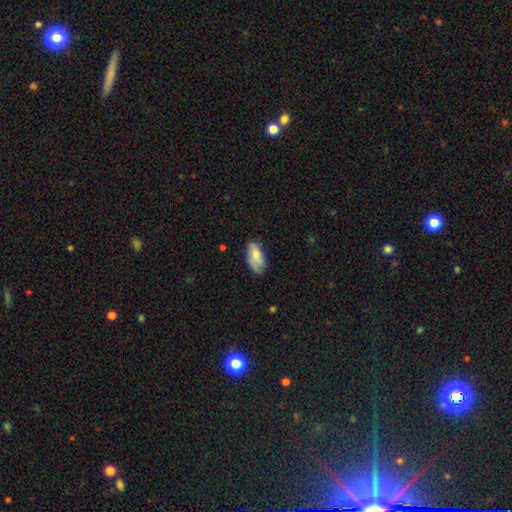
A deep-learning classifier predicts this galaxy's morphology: Smooth or featured? Predicted: smooth (p=0.72). How rounded? Predicted: in between (p=0.91). Merging? Predicted: none (p=0.62).